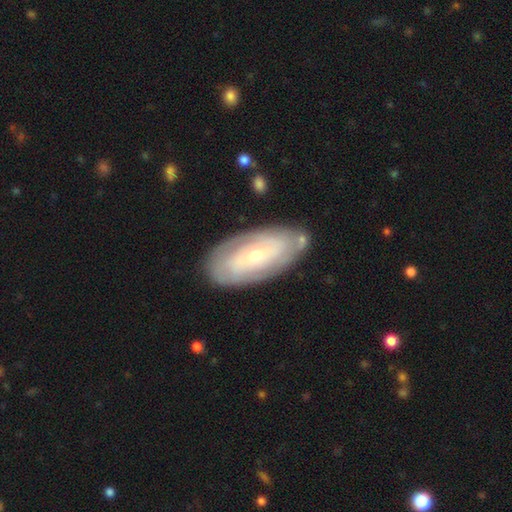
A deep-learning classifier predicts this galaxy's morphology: Smooth or featured: featured or disk — 70% (smooth — 25%)
Edge-on disk: no — 91% (yes — 9%)
Bar: no — 64% (weak — 27%)
Spiral arms: yes — 78% (no — 22%)
Bulge size: small — 63% (moderate — 33%)
Merging: none — 78% (minor disturbance — 15%)